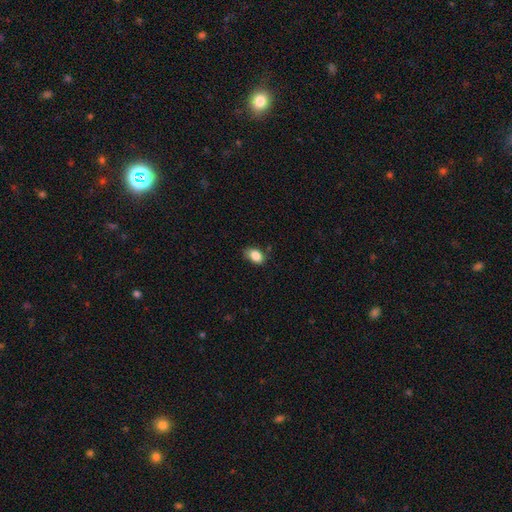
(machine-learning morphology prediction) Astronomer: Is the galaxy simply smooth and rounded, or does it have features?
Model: smooth — 86%.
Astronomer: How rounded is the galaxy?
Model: in between — 81%.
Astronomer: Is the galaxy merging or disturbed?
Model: none — 70%.